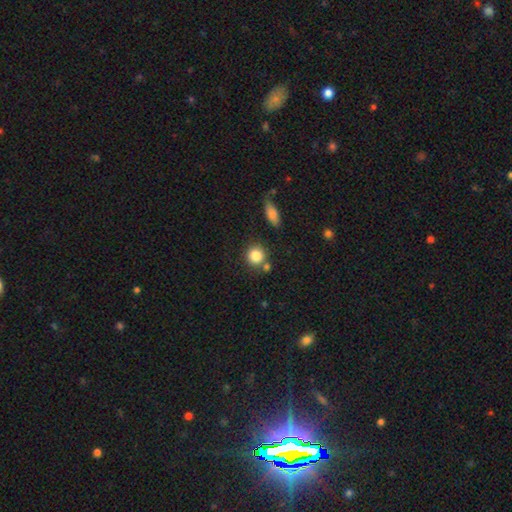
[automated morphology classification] This appears to be a smooth galaxy with no disk features (84%) that is round (88%). Merging: none (73%).